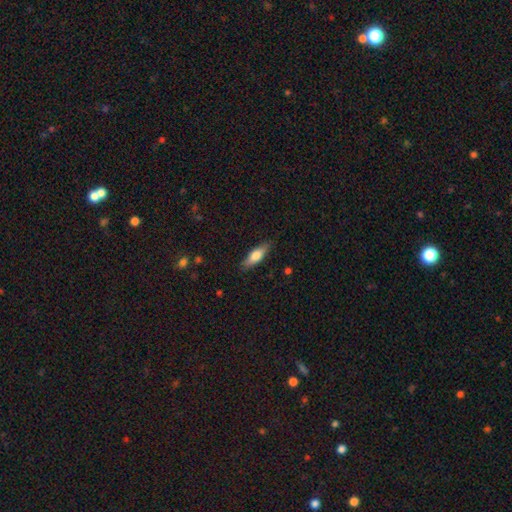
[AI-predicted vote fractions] Q: Smooth or featured?
A: smooth (67%); runner-up: featured or disk (27%)
Q: How rounded?
A: in between (51%); runner-up: cigar-shaped (47%)
Q: Merging?
A: none (86%); runner-up: minor disturbance (11%)